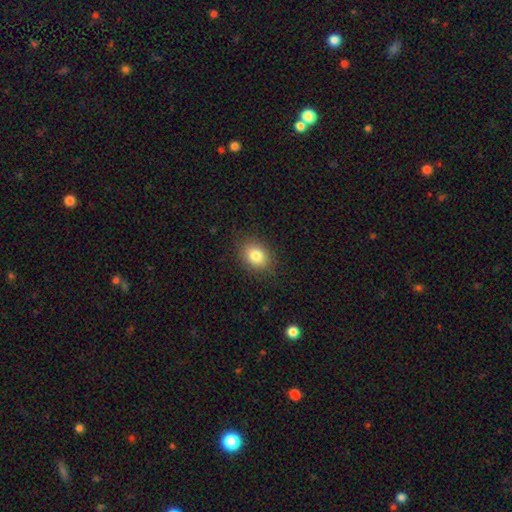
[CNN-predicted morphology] This appears to be a smooth galaxy with no disk features (82%) that is in between round and cigar-shaped (59%). Merging: none (86%).